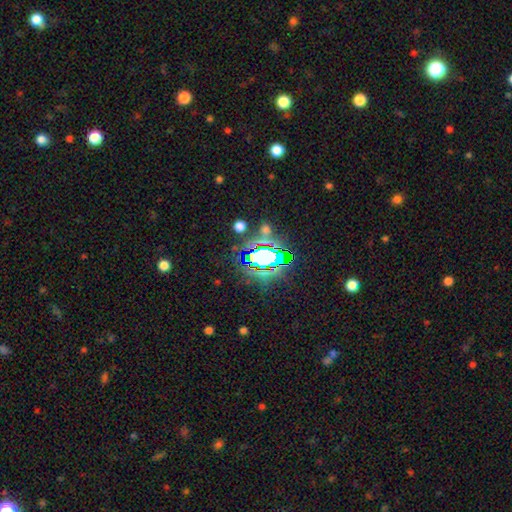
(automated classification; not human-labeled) Smooth or featured: star or artifact — 70% (smooth — 18%)